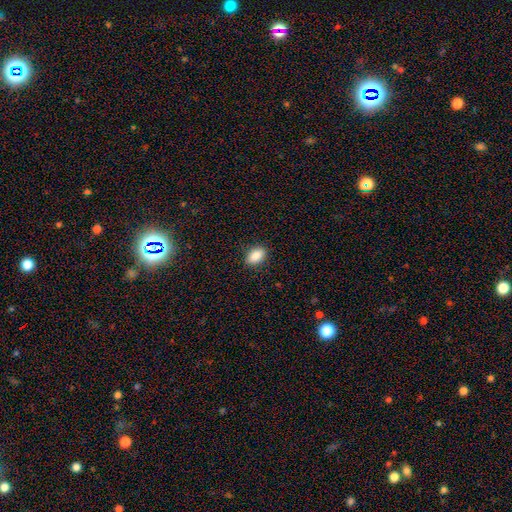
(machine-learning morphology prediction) This is clearly a smooth galaxy (88%). How rounded: clearly in between (87%). Merging: clearly none (88%).